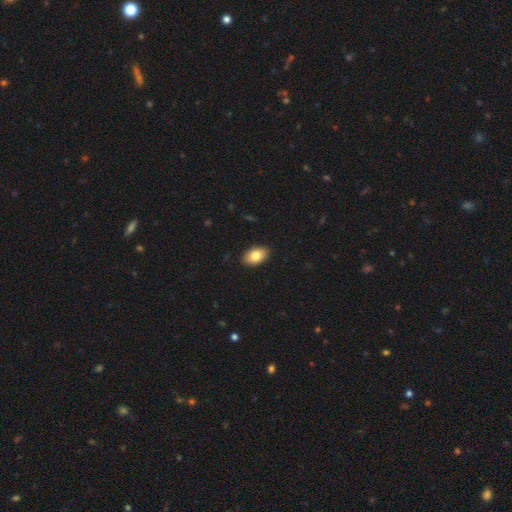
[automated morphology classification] Smooth or featured?
  - smooth: 81% *
  - featured or disk: 11%
  - star or artifact: 7%
How rounded?
  - in between: 92% *
  - round: 7%
  - cigar-shaped: 1%
Merging?
  - none: 90% *
  - minor disturbance: 7%
  - major disturbance: 2%
  - merger: 1%